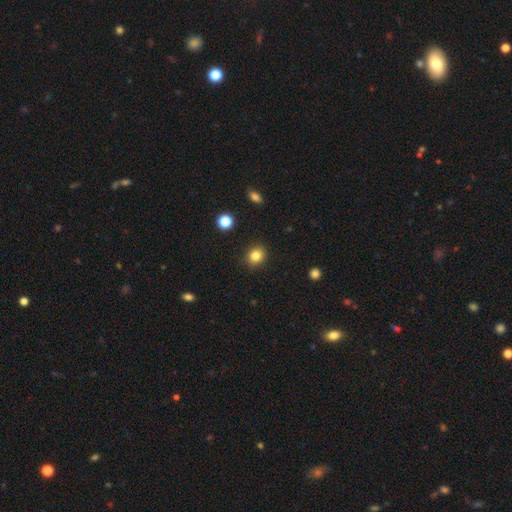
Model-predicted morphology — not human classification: Smooth or featured?
  - smooth: 83% *
  - star or artifact: 11%
  - featured or disk: 6%
How rounded?
  - round: 70% *
  - in between: 30%
  - cigar-shaped: 1%
Merging?
  - none: 90% *
  - minor disturbance: 7%
  - major disturbance: 2%
  - merger: 1%